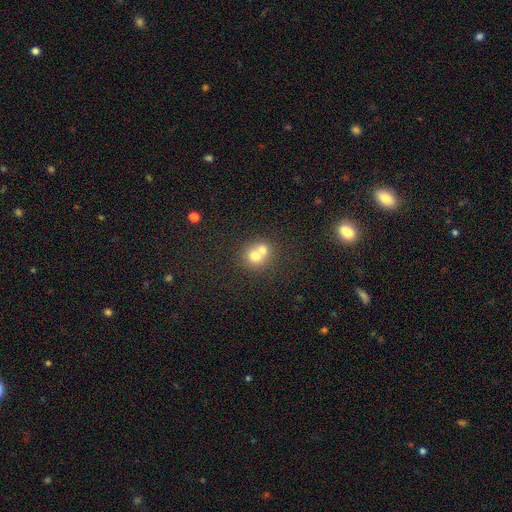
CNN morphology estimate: A smooth galaxy with no disk features (68%) that is round (83%). Merging: merger (64%).